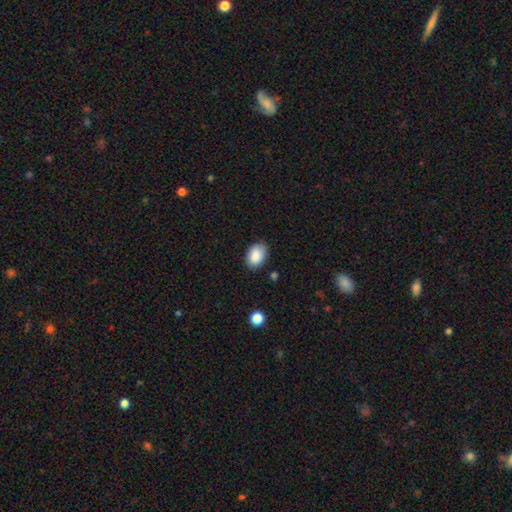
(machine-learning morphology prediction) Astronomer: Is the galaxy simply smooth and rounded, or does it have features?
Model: smooth — 88%.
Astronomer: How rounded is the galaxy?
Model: in between — 84%.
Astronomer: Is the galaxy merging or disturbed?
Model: none — 82%.